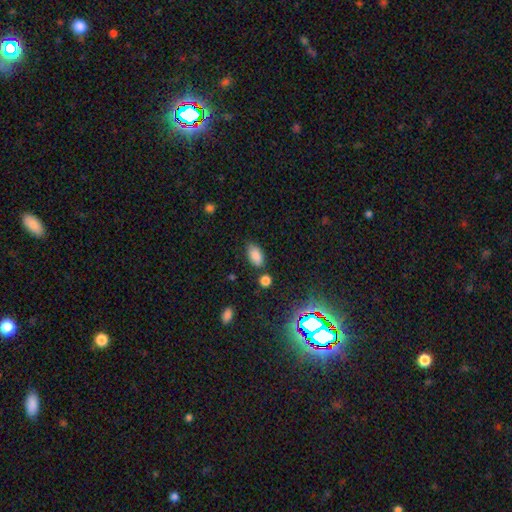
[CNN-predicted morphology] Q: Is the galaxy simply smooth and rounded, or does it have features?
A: smooth — 84%.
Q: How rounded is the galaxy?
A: in between — 92%.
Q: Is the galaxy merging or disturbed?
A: none — 75%.